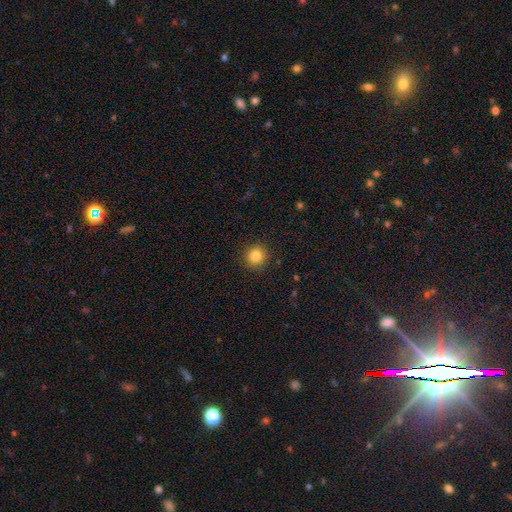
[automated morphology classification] Smooth or featured? Predicted: smooth (p=0.84). How rounded? Predicted: round (p=0.92). Merging? Predicted: none (p=0.91).